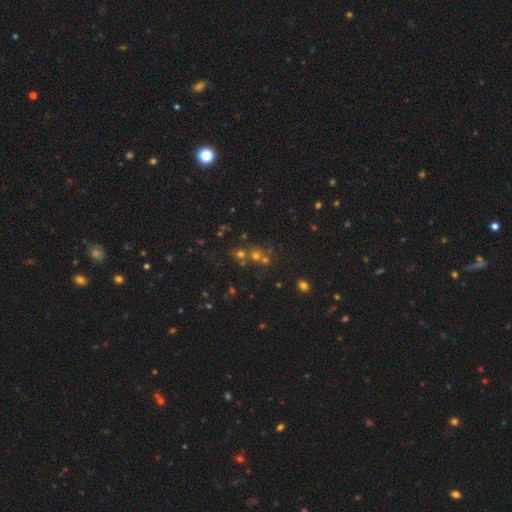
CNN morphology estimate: The model was most divided on "smooth or featured": star or artifact: 44%, smooth: 41%, featured or disk: 14%.